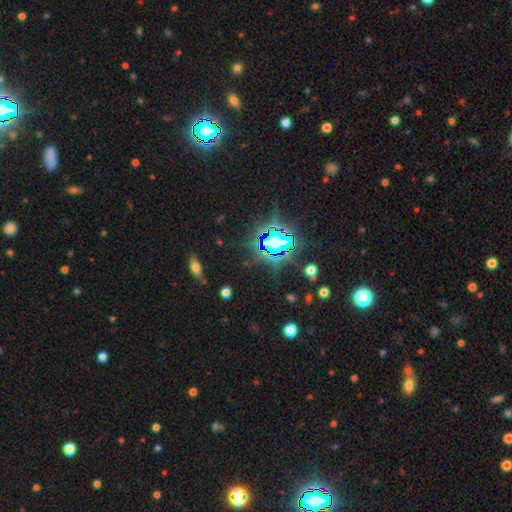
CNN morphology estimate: Overall: star or artifact (77%).